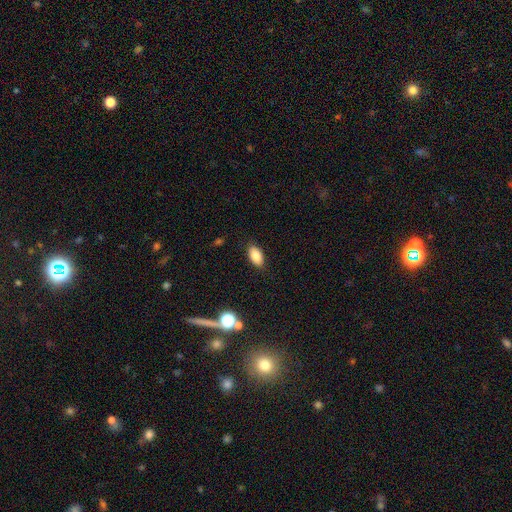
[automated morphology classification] smooth_or_featured: smooth (p=0.84) [alt: star or artifact p=0.09]
how_rounded: in between (p=0.92) [alt: round p=0.04]
merging: none (p=0.87) [alt: minor disturbance p=0.10]